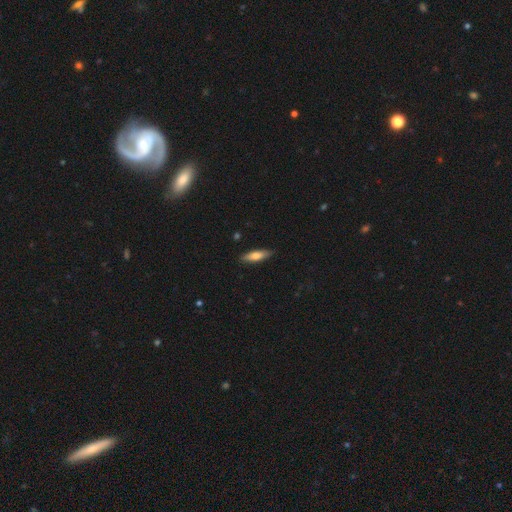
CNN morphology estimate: smooth_or_featured: smooth (p=0.69) [alt: featured or disk p=0.25]
how_rounded: cigar-shaped (p=0.59) [alt: in between p=0.39]
merging: none (p=0.87) [alt: minor disturbance p=0.10]